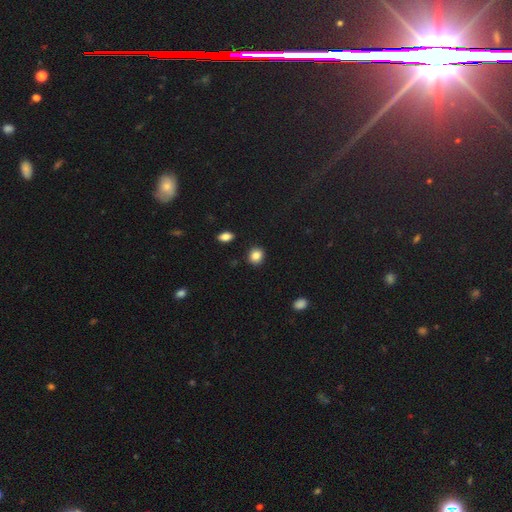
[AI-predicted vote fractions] The model was most divided on "how rounded": round: 74%, in between: 25%, cigar-shaped: 1%. More confident: merging — none (89%); smooth or featured — smooth (85%).